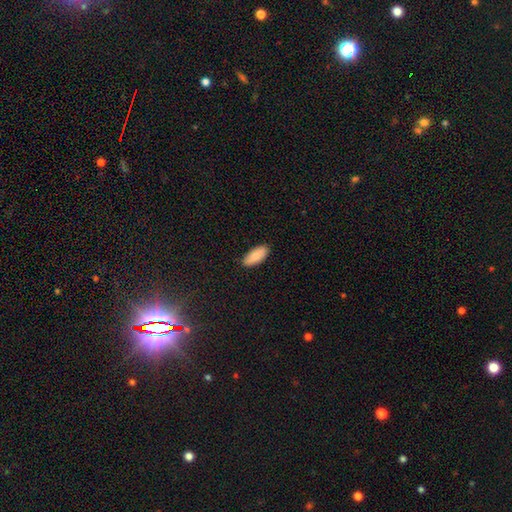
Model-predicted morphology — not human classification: smooth-or-featured: smooth: 87% | featured or disk: 7% | star or artifact: 6%
  how-rounded: in between: 87% | cigar-shaped: 12% | round: 2%
  merging: none: 88% | minor disturbance: 9% | major disturbance: 2% | merger: 1%